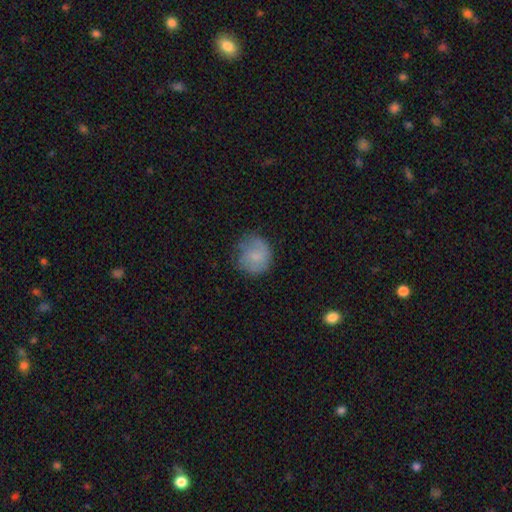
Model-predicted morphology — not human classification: The model was most divided on "merging": none: 63%, minor disturbance: 25%, major disturbance: 10%, merger: 1%. More confident: how rounded — round (86%); smooth or featured — smooth (69%).